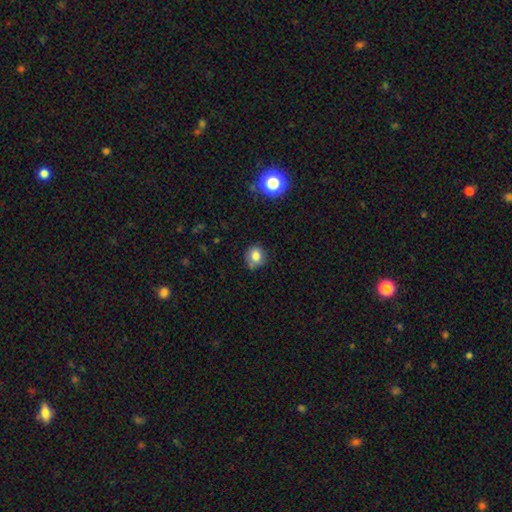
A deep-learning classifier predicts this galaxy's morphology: The model was most divided on "merging": none: 67%, minor disturbance: 23%, major disturbance: 5%, merger: 5%. More confident: how rounded — round (80%); smooth or featured — smooth (79%).